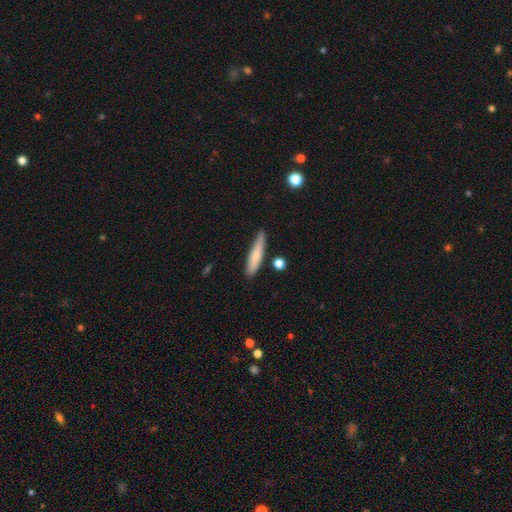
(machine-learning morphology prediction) This is likely a smooth galaxy (74%). How rounded: clearly cigar-shaped (88%). Merging: likely none (79%).